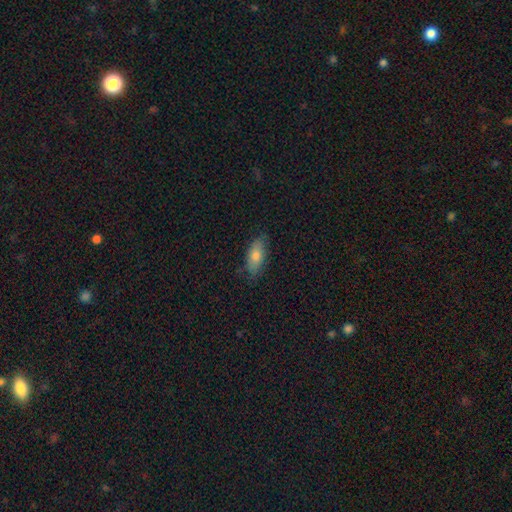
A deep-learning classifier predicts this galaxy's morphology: A smooth galaxy with no disk features (74%) that is in between round and cigar-shaped (77%).

Vote fractions:
- Smooth or featured? smooth: 74% / featured or disk: 19% / star or artifact: 8%
- How rounded? in between: 77% / cigar-shaped: 20% / round: 3%
- Merging? none: 81% / minor disturbance: 15% / major disturbance: 3% / merger: 1%